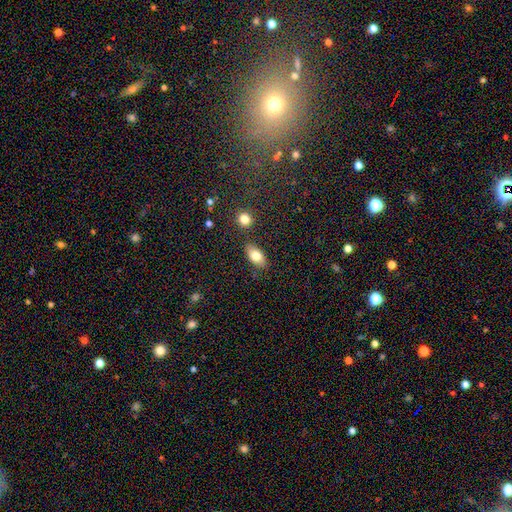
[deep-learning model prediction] This is likely a smooth galaxy (80%). How rounded: clearly in between (90%). Merging: clearly none (81%).